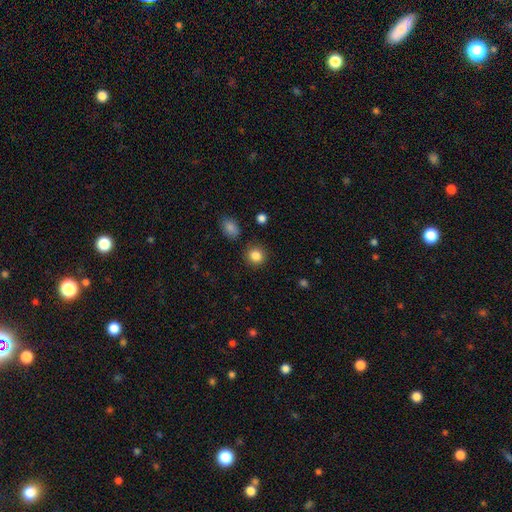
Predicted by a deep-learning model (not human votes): Smooth or featured? Predicted: smooth (p=0.85). How rounded? Predicted: round (p=0.86). Merging? Predicted: none (p=0.87).